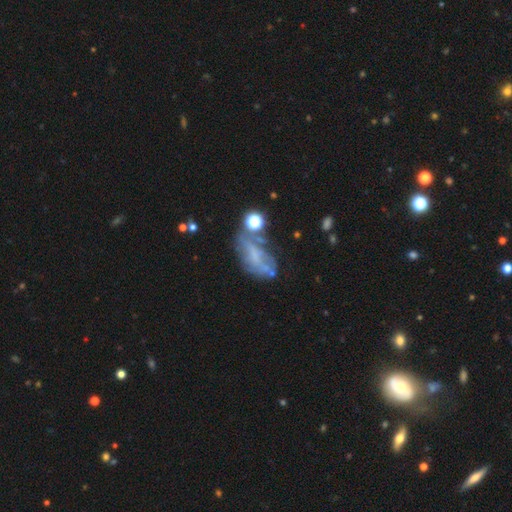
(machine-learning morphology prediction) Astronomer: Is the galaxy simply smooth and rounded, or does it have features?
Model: featured or disk — 52% (runner-up: smooth, 30%).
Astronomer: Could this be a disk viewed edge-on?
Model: no — 93%.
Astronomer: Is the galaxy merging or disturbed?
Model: none — 36% (runner-up: major disturbance, 27%).